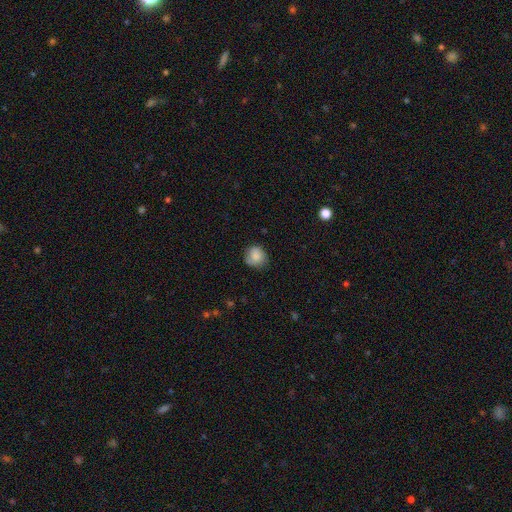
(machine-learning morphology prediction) Smooth or featured? Predicted: smooth (p=0.77). How rounded? Predicted: round (p=0.81). Merging? Predicted: none (p=0.70).